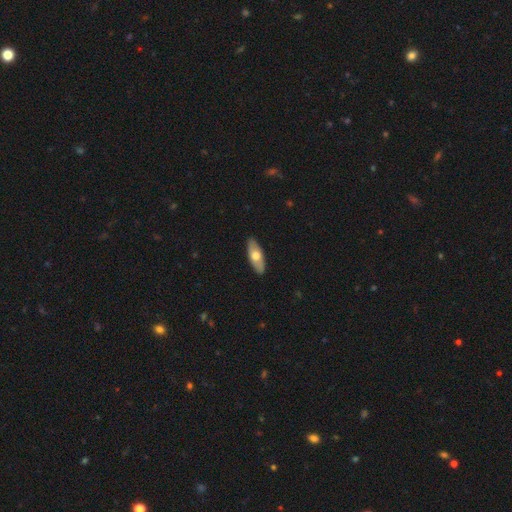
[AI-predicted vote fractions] This appears to be a smooth galaxy with no disk features (59%) that is in between round and cigar-shaped (74%). Merging: none (89%).